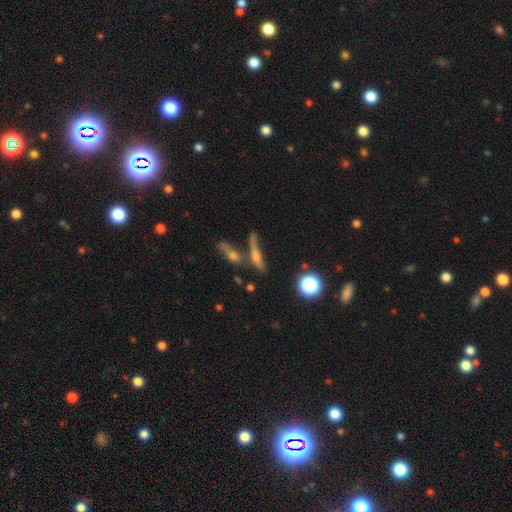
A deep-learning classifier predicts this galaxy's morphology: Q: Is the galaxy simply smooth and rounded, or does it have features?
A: smooth — 47%.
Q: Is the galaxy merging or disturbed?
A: none — 48%.